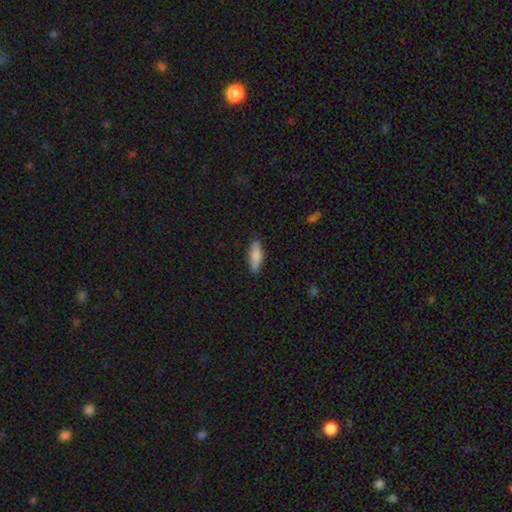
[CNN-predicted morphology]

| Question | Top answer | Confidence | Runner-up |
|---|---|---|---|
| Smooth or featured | smooth | 83% | featured or disk (11%) |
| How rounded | in between | 61% | cigar-shaped (37%) |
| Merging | none | 85% | minor disturbance (12%) |